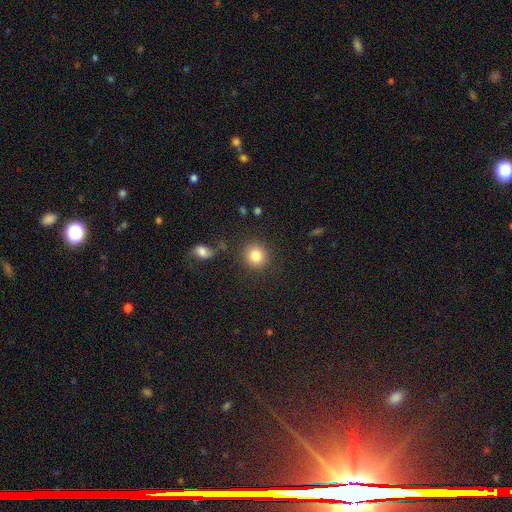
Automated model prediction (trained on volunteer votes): Overall: smooth (84%). How rounded: round (90%). Merging: none (87%).